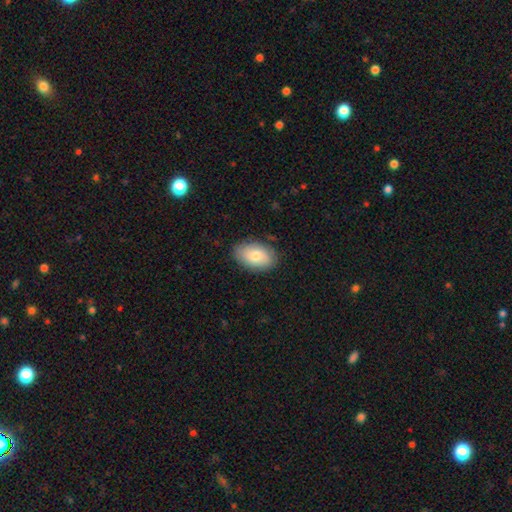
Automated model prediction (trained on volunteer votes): A smooth galaxy with no disk features (77%) that is in between round and cigar-shaped (90%). Merging: none (84%).